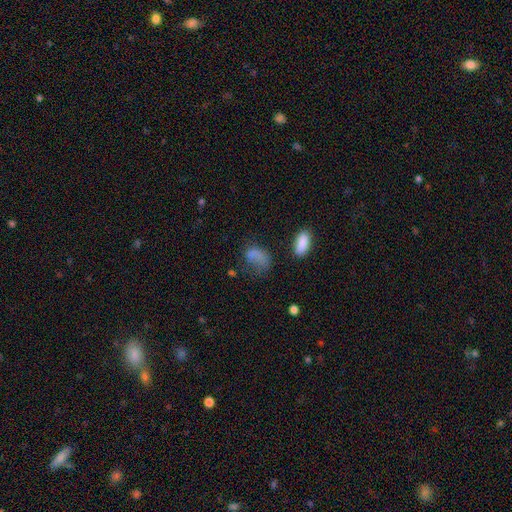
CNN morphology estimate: Smooth or featured? Predicted: smooth (p=0.70). How rounded? Predicted: in between (p=0.79). Merging? Predicted: major disturbance (p=0.41).